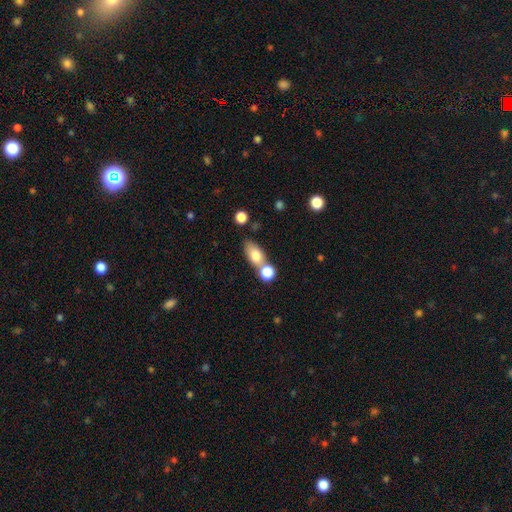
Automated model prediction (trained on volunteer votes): Overall: smooth (76%). How rounded: in between (77%). Merging: none (48%; merger 36%).